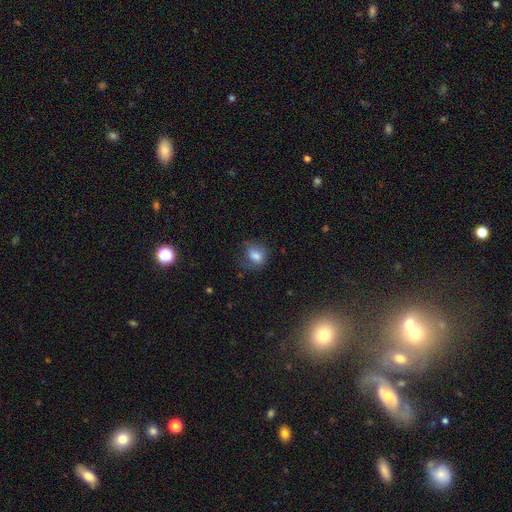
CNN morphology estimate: smooth 79%, featured or disk 11%, star or artifact 10%. Down the decision tree: how rounded — in between (54%); merging — none (60%).